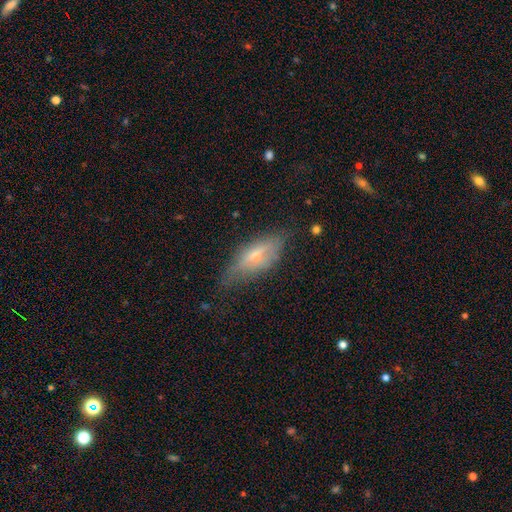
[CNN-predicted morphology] type=smooth (46%); merging=none (63%).